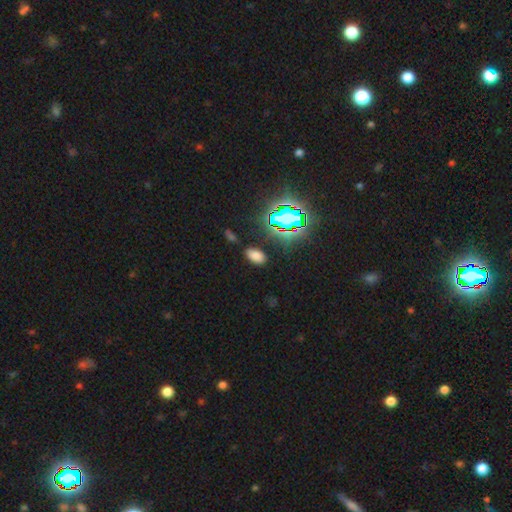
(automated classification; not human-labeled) The model was most divided on "smooth or featured": smooth: 67%, star or artifact: 26%, featured or disk: 7%. More confident: how rounded — in between (91%); merging — none (83%).